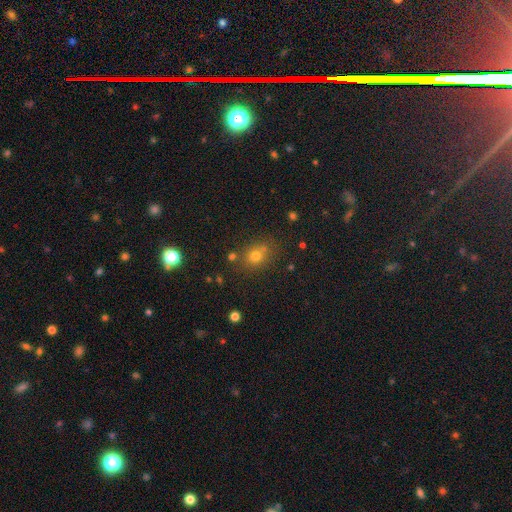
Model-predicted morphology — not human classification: Overall: smooth (69%). How rounded: round (66%; in between 33%). Merging: none (68%).